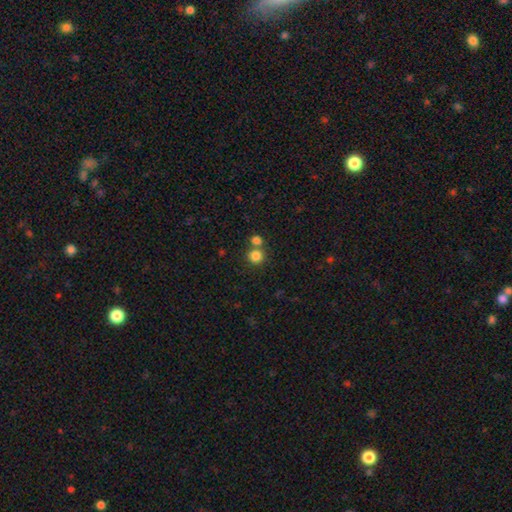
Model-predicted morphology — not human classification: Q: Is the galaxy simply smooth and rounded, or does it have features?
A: smooth — 83%.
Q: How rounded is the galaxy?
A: round — 91%.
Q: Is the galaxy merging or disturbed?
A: none — 61%.